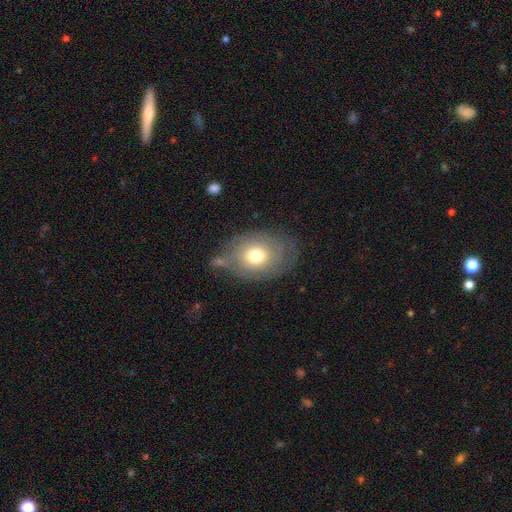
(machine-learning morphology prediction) Overall: smooth (58%; featured or disk 34%). How rounded: in between (69%). Merging: none (60%; minor disturbance 24%).